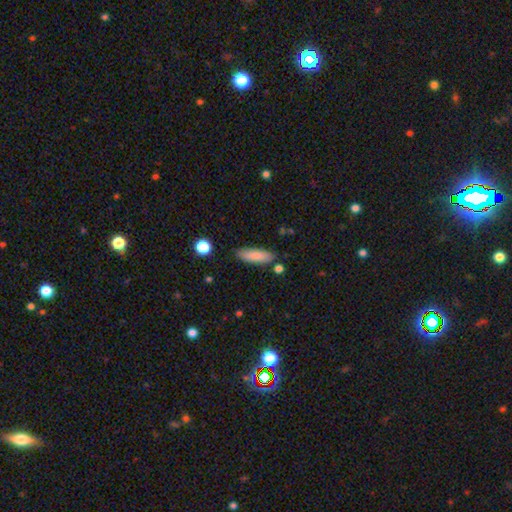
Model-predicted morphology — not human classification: smooth 85%, featured or disk 9%, star or artifact 7%. Down the decision tree: how rounded — in between (51%); merging — none (83%).